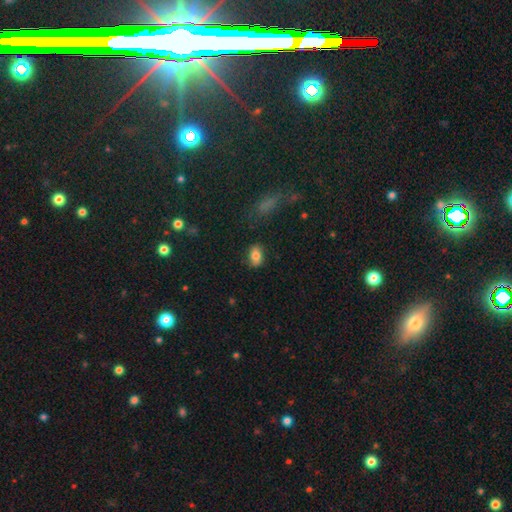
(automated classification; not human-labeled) This is likely a smooth galaxy (80%). How rounded: clearly in between (82%). Merging: clearly none (80%).